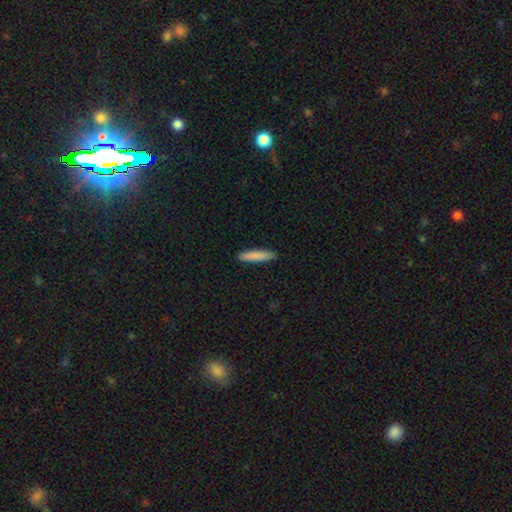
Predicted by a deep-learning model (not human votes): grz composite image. It shows a smooth galaxy with no disk features (85%) that is cigar-shaped (88%). Merging: none (91%).